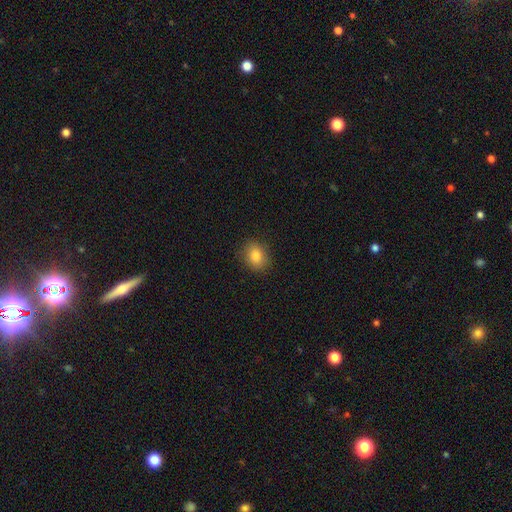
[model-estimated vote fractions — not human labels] Morphology: type=smooth (83%); roundness=round (55%); merging=none (88%).